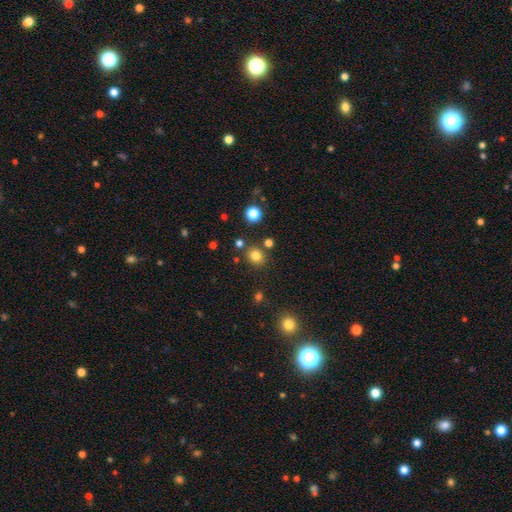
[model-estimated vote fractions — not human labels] Q: Smooth or featured?
A: smooth (79%); runner-up: star or artifact (15%)
Q: How rounded?
A: round (74%); runner-up: in between (25%)
Q: Merging?
A: none (81%); runner-up: minor disturbance (9%)